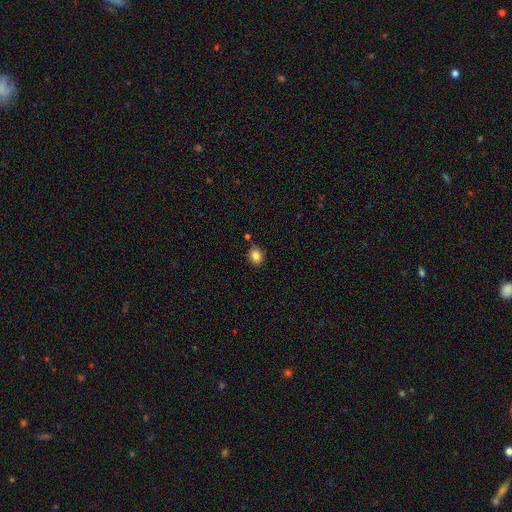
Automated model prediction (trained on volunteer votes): Overall: smooth (85%). How rounded: in between (60%; round 39%). Merging: none (81%).